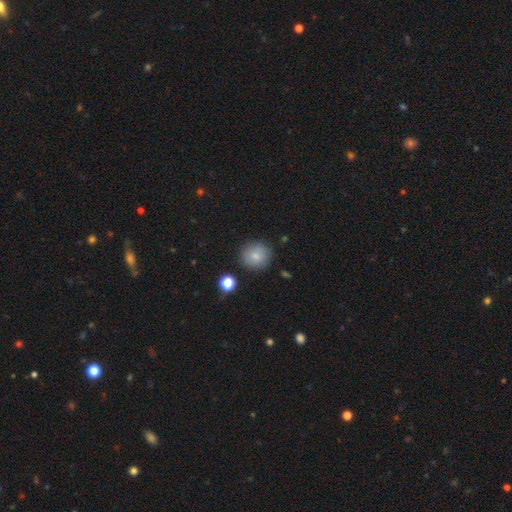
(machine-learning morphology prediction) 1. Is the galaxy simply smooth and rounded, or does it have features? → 81% smooth, 9% featured or disk, 9% star or artifact.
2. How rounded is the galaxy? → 90% round, 9% in between, 1% cigar-shaped.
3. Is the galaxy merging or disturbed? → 85% none, 10% minor disturbance, 3% major disturbance, 3% merger.